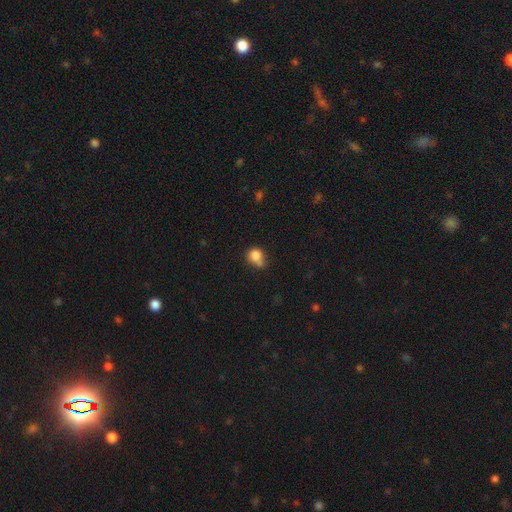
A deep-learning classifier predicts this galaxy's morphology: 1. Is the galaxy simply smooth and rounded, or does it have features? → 81% smooth, 10% star or artifact, 9% featured or disk.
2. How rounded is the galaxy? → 68% round, 31% in between, 1% cigar-shaped.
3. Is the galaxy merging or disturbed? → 38% none, 27% minor disturbance, 23% merger, 12% major disturbance.